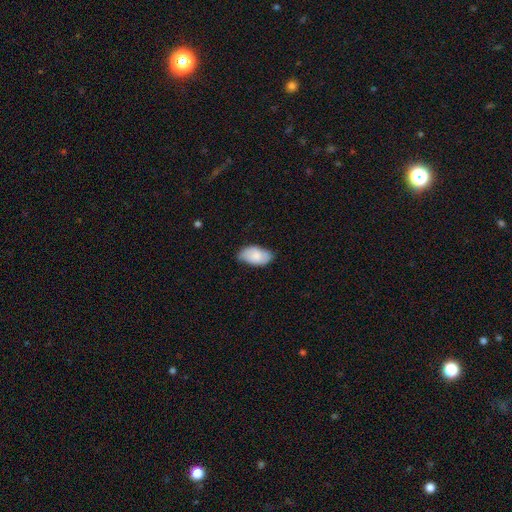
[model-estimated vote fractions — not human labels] Smooth or featured? Predicted: smooth (p=0.81). How rounded? Predicted: in between (p=0.95). Merging? Predicted: none (p=0.70).